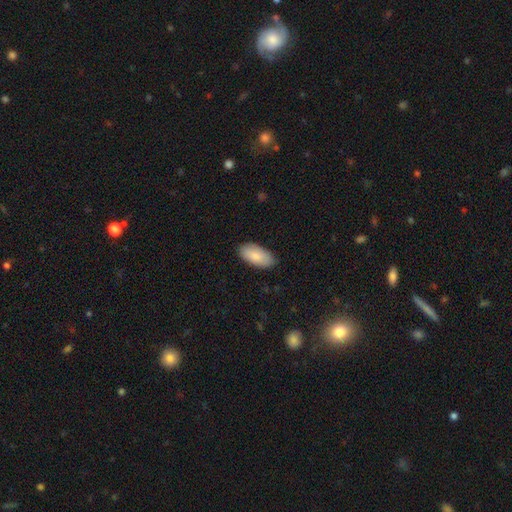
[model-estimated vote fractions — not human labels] This appears to be a smooth galaxy with no disk features (86%) that is in between round and cigar-shaped (94%). Merging: none (84%).